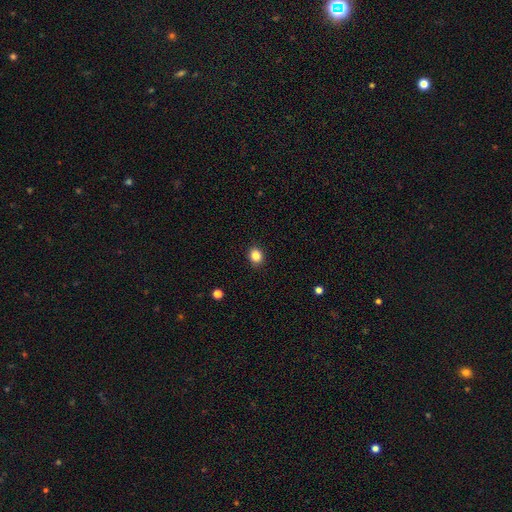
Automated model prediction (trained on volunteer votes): A smooth galaxy with no disk features (85%) that is round (64%).

Vote fractions:
- Smooth or featured? smooth: 85% / star or artifact: 11% / featured or disk: 4%
- How rounded? round: 64% / in between: 35% / cigar-shaped: 1%
- Merging? none: 91% / minor disturbance: 7% / major disturbance: 2% / merger: 1%